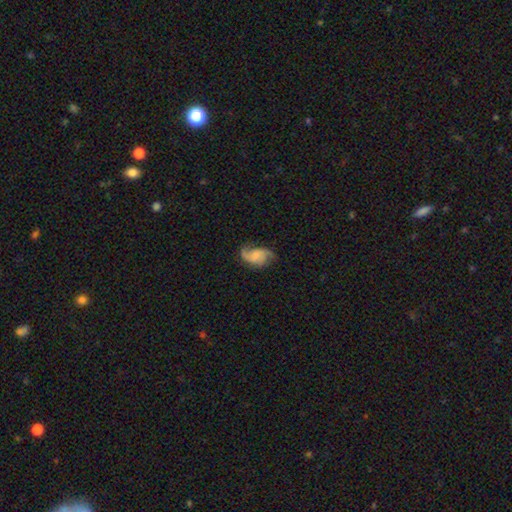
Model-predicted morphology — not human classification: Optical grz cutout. It shows a featured or disk galaxy (69%) with no bar (61%), 2 (76%) loose (50%) spiral arms (93%) and a small central bulge (38%). Merging: none (61%).